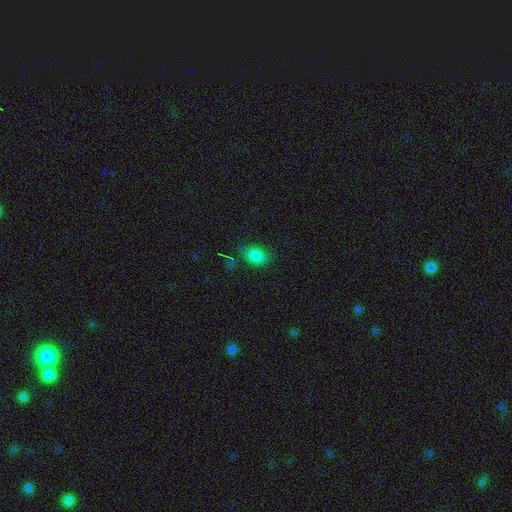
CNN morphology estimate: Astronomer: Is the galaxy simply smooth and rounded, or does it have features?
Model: smooth — 82%.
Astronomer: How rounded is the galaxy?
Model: in between — 76%.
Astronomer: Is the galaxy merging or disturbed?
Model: none — 75%.